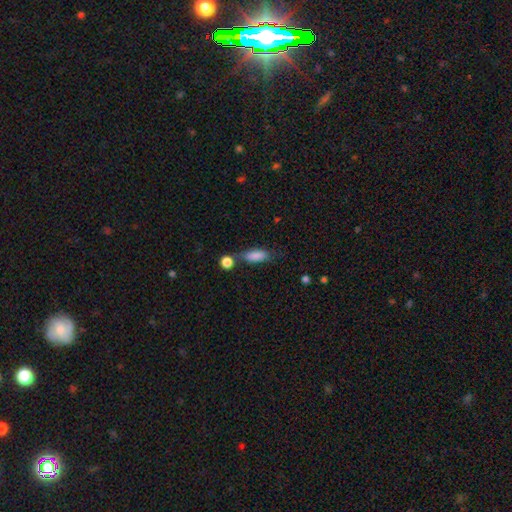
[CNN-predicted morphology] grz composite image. It shows a smooth galaxy with no disk features (84%) that is in between round and cigar-shaped (73%). Merging: none (51%).